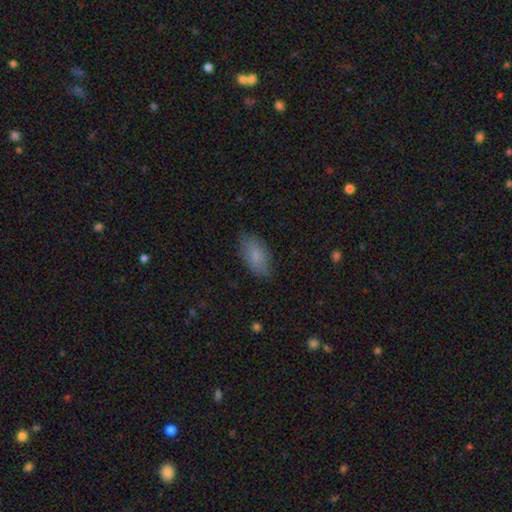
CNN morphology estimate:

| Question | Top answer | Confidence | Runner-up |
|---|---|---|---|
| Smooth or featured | smooth | 78% | featured or disk (15%) |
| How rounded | in between | 93% | cigar-shaped (4%) |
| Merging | none | 77% | minor disturbance (18%) |